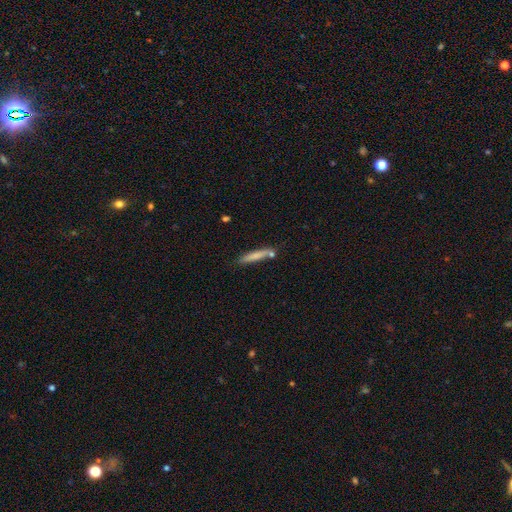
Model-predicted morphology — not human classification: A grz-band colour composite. It shows a smooth galaxy with no disk features (73%) that is cigar-shaped (92%). Merging: none (72%).